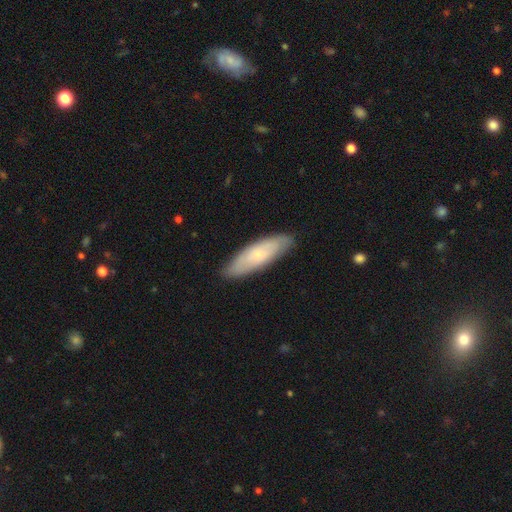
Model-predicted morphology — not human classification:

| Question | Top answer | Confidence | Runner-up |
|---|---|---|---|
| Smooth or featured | smooth | 60% | featured or disk (32%) |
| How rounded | cigar-shaped | 54% | in between (44%) |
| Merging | none | 87% | minor disturbance (10%) |